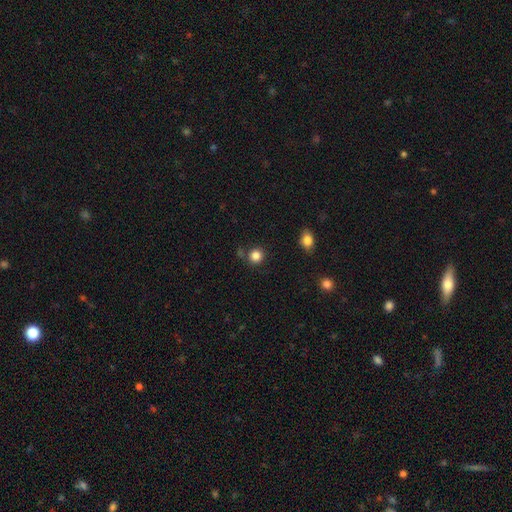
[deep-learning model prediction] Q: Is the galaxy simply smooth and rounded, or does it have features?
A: smooth — 84%.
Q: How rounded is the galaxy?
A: round — 90%.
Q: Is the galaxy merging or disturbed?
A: none — 82%.